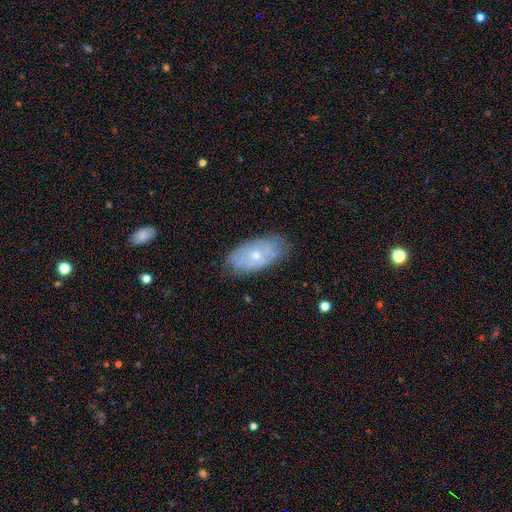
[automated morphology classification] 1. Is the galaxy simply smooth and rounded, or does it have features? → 51% featured or disk, 42% smooth, 7% star or artifact.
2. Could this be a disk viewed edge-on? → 89% no, 11% yes.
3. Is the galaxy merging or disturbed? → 73% none, 20% minor disturbance, 5% major disturbance, 2% merger.